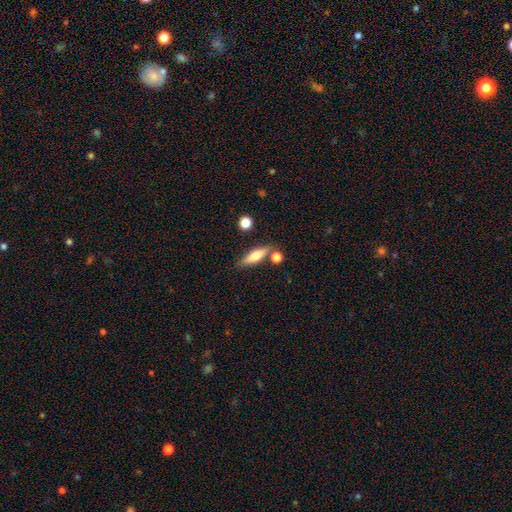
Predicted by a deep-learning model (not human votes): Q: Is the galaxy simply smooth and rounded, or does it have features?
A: smooth — 62%.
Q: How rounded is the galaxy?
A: cigar-shaped — 57%.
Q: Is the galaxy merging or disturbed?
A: none — 73%.